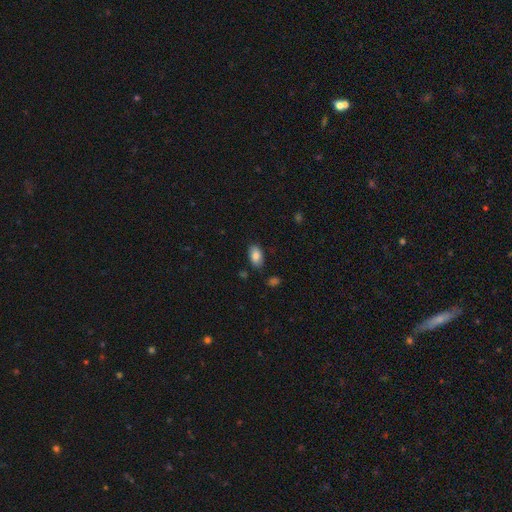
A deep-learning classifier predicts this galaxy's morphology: The model was most divided on "merging": none: 83%, minor disturbance: 12%, major disturbance: 3%, merger: 2%. More confident: how rounded — in between (93%); smooth or featured — smooth (84%).